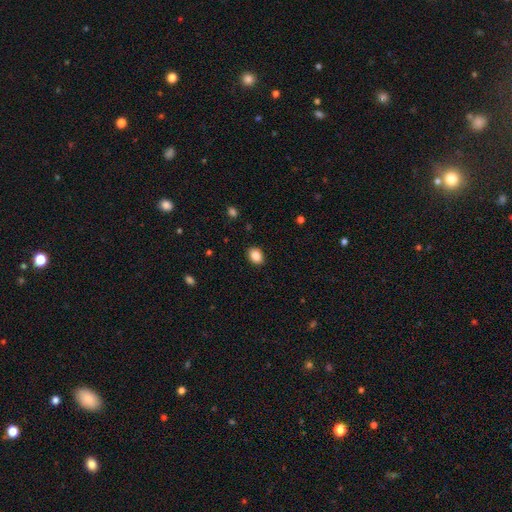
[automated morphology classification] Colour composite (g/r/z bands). It shows a smooth galaxy with no disk features (87%) that is in between round and cigar-shaped (69%). Merging: none (89%).